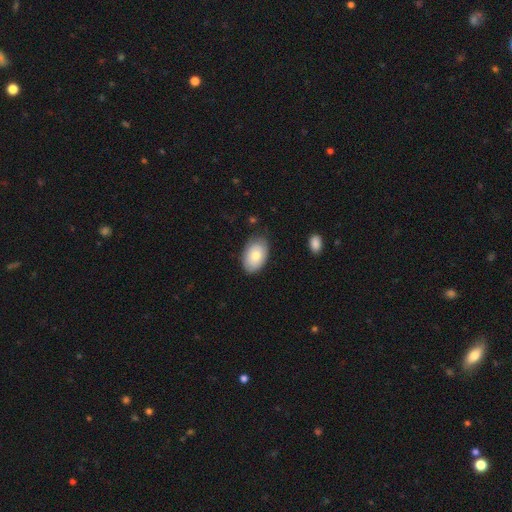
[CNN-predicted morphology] This appears to be a smooth galaxy with no disk features (66%) that is in between round and cigar-shaped (90%). Merging: none (80%).